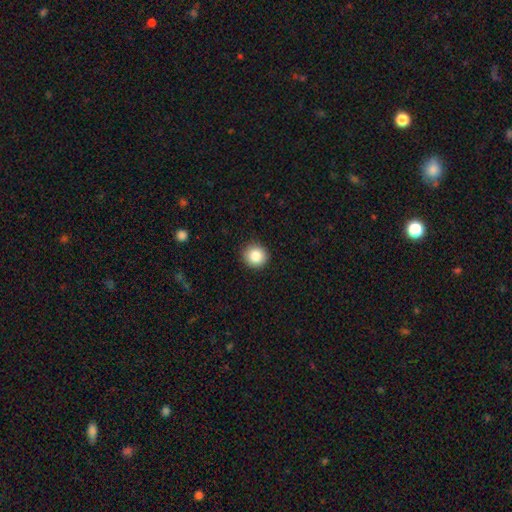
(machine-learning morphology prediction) Smooth or featured? Predicted: smooth (p=0.86). How rounded? Predicted: round (p=0.92). Merging? Predicted: none (p=0.91).